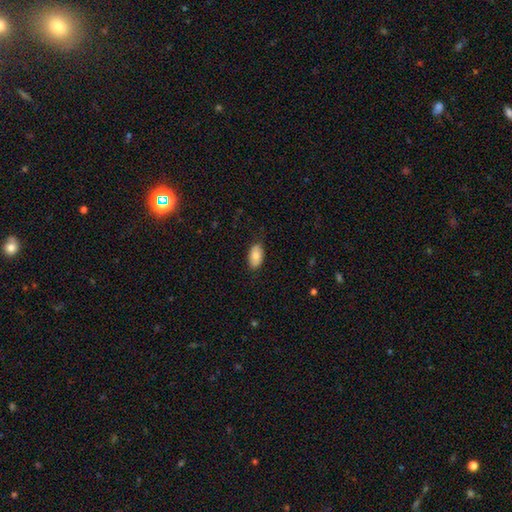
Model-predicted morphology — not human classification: Smooth or featured?
  - smooth: 79% *
  - featured or disk: 15%
  - star or artifact: 7%
How rounded?
  - in between: 93% *
  - round: 5%
  - cigar-shaped: 2%
Merging?
  - none: 80% *
  - minor disturbance: 16%
  - major disturbance: 3%
  - merger: 1%